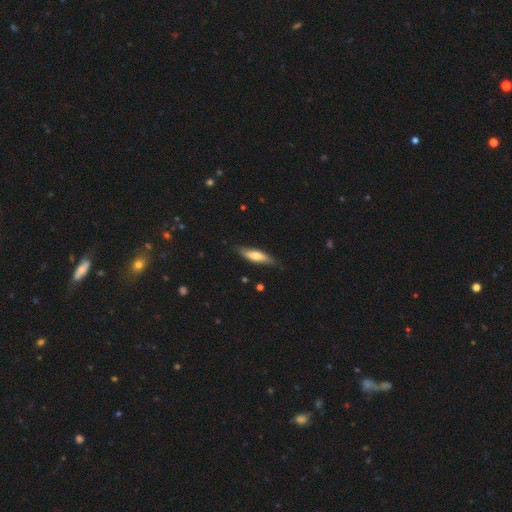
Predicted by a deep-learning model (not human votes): This is likely a smooth galaxy (65%). How rounded: likely cigar-shaped (63%). Merging: clearly none (81%).